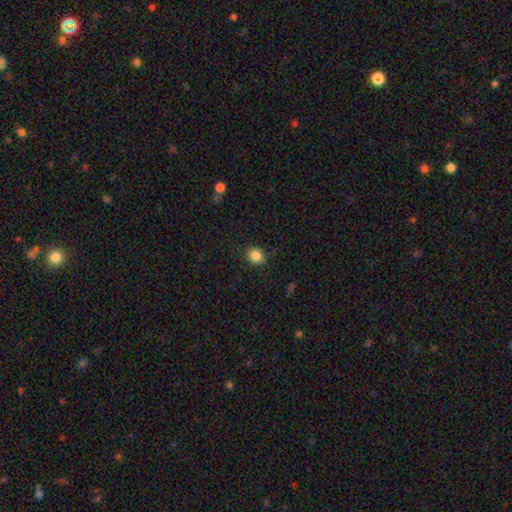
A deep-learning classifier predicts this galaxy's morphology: Smooth or featured? Predicted: smooth (p=0.86). How rounded? Predicted: round (p=0.79). Merging? Predicted: none (p=0.86).